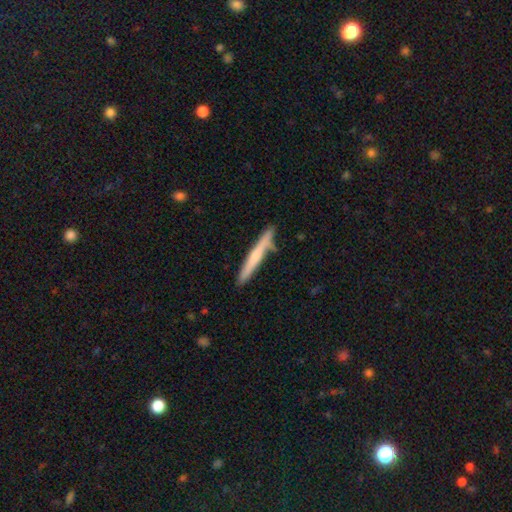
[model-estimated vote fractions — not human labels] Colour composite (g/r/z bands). It shows a smooth galaxy with no disk features (51%) that is cigar-shaped (96%). Merging: none (79%).